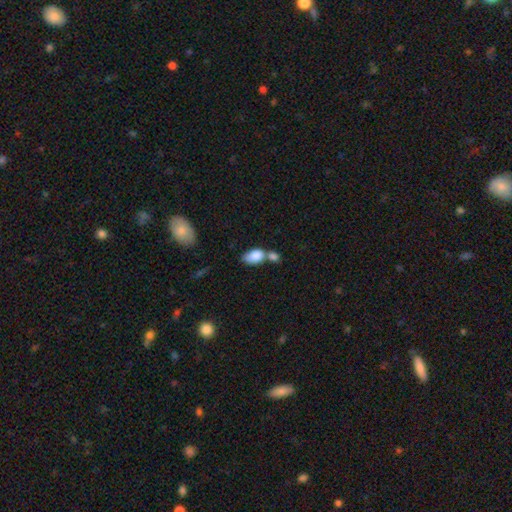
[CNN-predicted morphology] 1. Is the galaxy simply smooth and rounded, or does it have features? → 83% smooth, 10% featured or disk, 7% star or artifact.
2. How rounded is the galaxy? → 89% in between, 8% round, 3% cigar-shaped.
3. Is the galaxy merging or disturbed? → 53% merger, 28% none, 12% minor disturbance, 6% major disturbance.